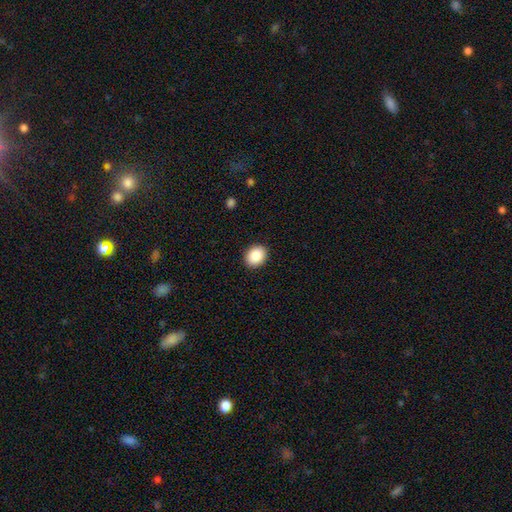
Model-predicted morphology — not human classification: Smooth or featured?
  - smooth: 88% *
  - star or artifact: 8%
  - featured or disk: 4%
How rounded?
  - round: 56% *
  - in between: 44%
  - cigar-shaped: 1%
Merging?
  - none: 91% *
  - minor disturbance: 6%
  - major disturbance: 2%
  - merger: 1%